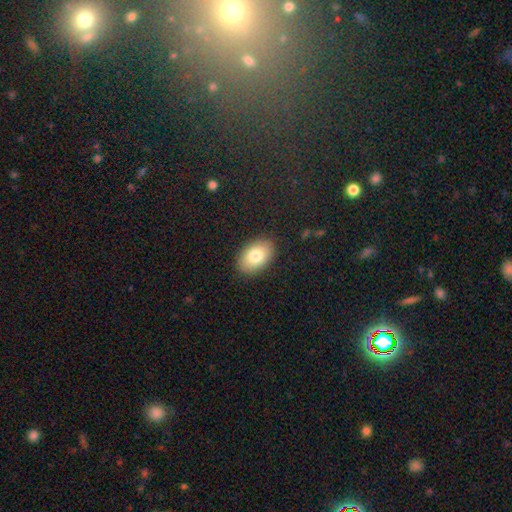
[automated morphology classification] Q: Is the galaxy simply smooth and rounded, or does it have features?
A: smooth — 80%.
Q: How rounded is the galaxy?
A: in between — 88%.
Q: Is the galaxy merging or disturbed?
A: none — 88%.